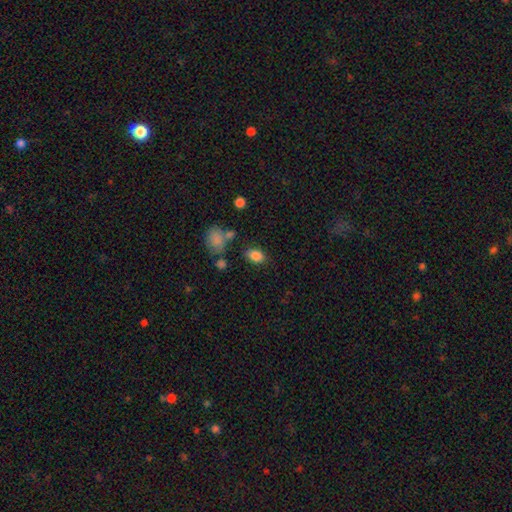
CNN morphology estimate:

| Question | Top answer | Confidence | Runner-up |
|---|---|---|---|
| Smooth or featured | smooth | 84% | star or artifact (10%) |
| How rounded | in between | 86% | round (13%) |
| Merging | none | 77% | minor disturbance (13%) |